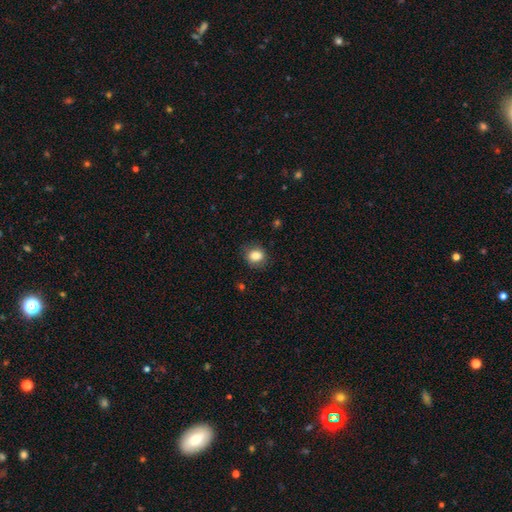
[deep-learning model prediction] smooth 84%, star or artifact 10%, featured or disk 6%. Down the decision tree: how rounded — round (63%); merging — none (82%).